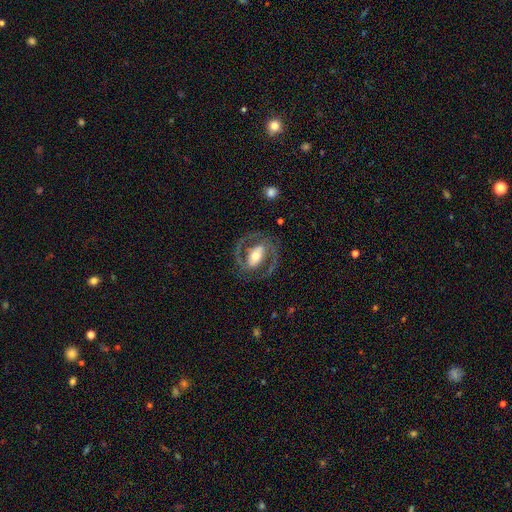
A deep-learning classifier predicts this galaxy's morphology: smooth_or_featured: featured or disk (p=0.82) [alt: smooth p=0.13]
disk_edge_on: no (p=0.96) [alt: yes p=0.04]
bar: strong (p=0.49) [alt: weak p=0.29]
has_spiral_arms: yes (p=0.82) [alt: no p=0.18]
spiral_winding: medium (p=0.53) [alt: tight p=0.32]
spiral_arm_count: 2 (p=0.88) [alt: can't tell p=0.05]
bulge_size: moderate (p=0.63) [alt: small p=0.20]
merging: none (p=0.77) [alt: minor disturbance p=0.12]